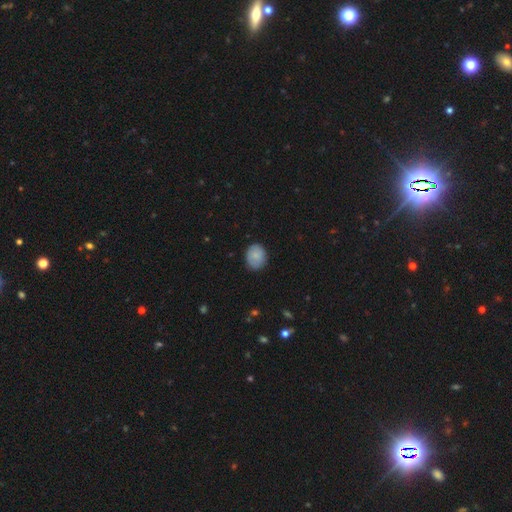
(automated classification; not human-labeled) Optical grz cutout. It shows a smooth galaxy with no disk features (81%) that is round (58%). Merging: none (82%).